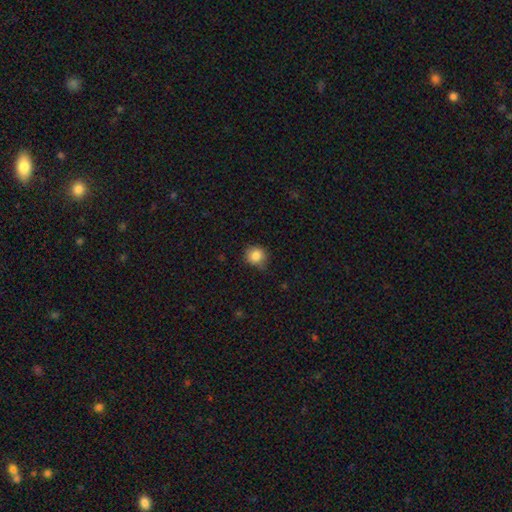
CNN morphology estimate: smooth 85%, star or artifact 10%, featured or disk 5%. Down the decision tree: how rounded — round (85%); merging — none (72%).